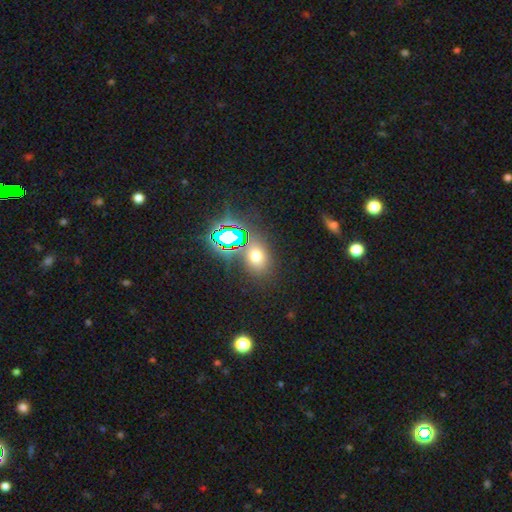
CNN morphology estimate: smooth 54%, star or artifact 36%, featured or disk 10%. Down the decision tree: how rounded — in between (56%); merging — none (77%).